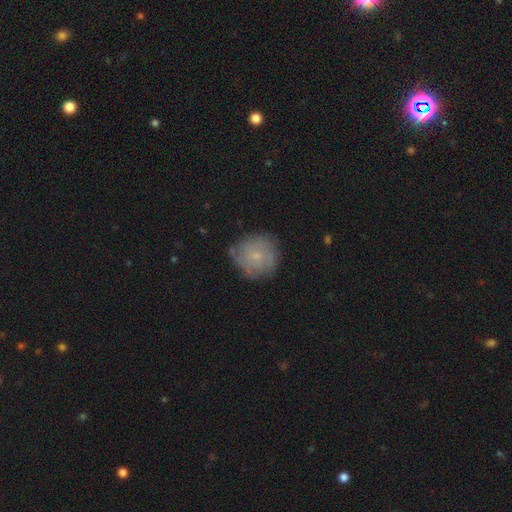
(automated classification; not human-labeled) Overall: smooth (58%; featured or disk 33%). How rounded: round (90%). Merging: none (72%).